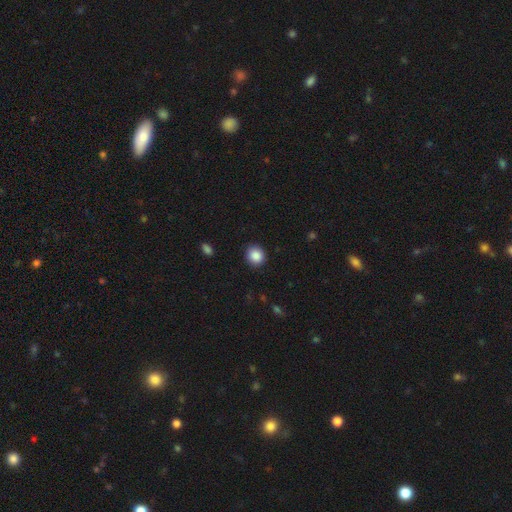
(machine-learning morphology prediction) type=smooth (88%); roundness=round (86%); merging=none (89%).